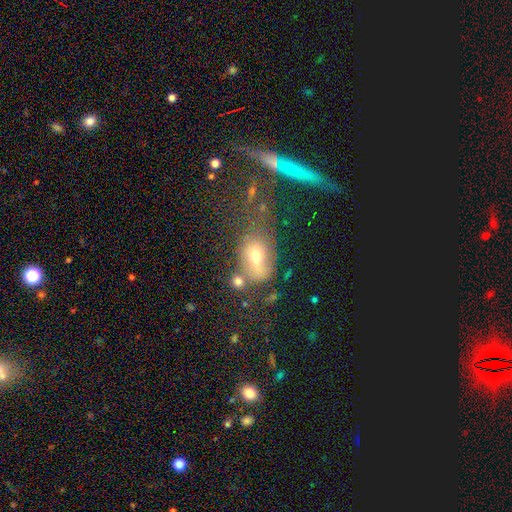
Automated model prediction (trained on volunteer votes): Q: Smooth or featured?
A: smooth (57%); runner-up: featured or disk (27%)
Q: How rounded?
A: in between (71%); runner-up: round (24%)
Q: Merging?
A: none (43%); runner-up: minor disturbance (20%)